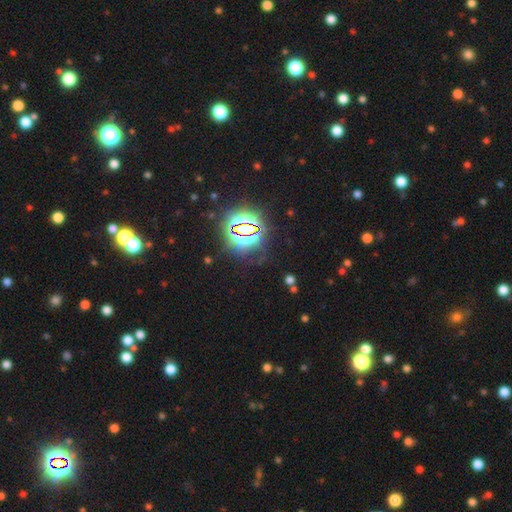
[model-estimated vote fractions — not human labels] Q: Smooth or featured?
A: star or artifact (81%); runner-up: smooth (12%)